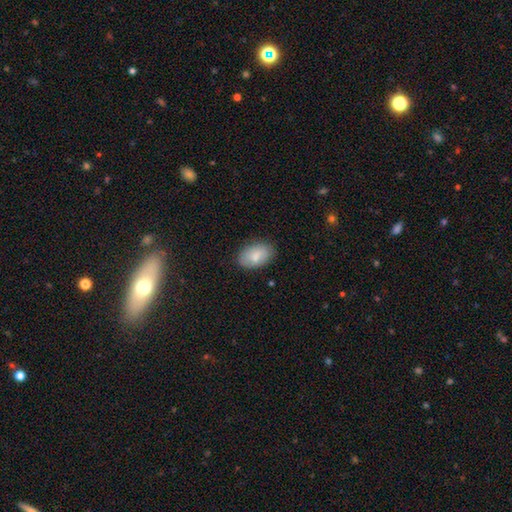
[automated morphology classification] The model was most divided on "smooth or featured": smooth: 81%, featured or disk: 13%, star or artifact: 6%. More confident: how rounded — in between (91%); merging — none (83%).